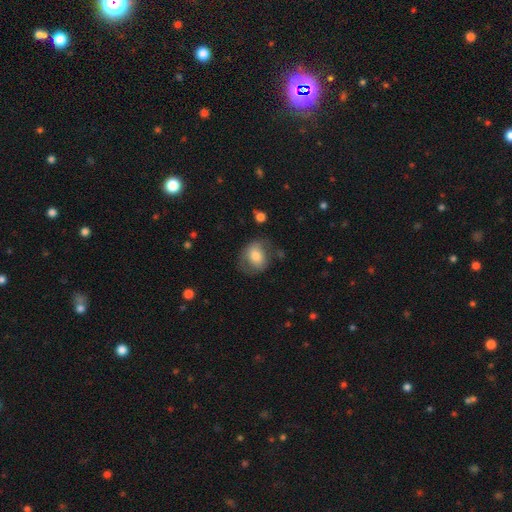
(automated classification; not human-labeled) Smooth or featured: smooth — 66% (featured or disk — 26%)
How rounded: round — 50% (in between — 49%)
Merging: none — 59% (minor disturbance — 24%)